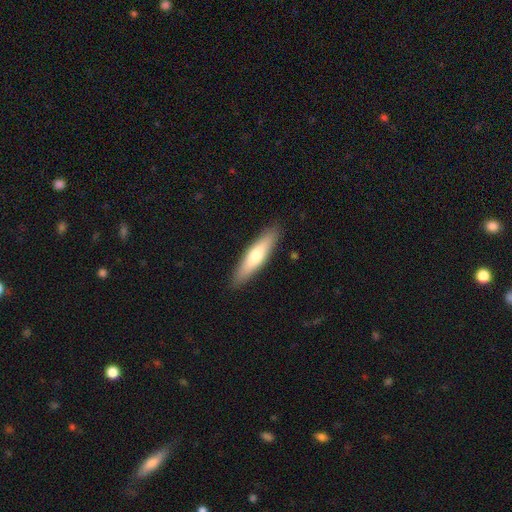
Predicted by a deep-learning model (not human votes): Q: Smooth or featured?
A: smooth (62%); runner-up: featured or disk (33%)
Q: How rounded?
A: cigar-shaped (75%); runner-up: in between (23%)
Q: Merging?
A: none (89%); runner-up: minor disturbance (8%)